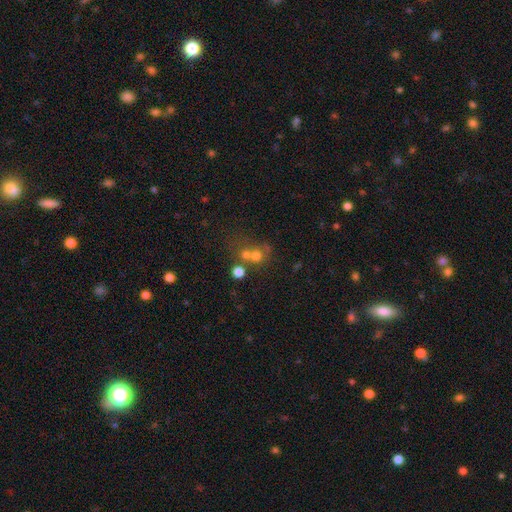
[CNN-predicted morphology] Smooth or featured: smooth — 63% (star or artifact — 19%)
How rounded: round — 83% (in between — 16%)
Merging: merger — 48% (none — 40%)